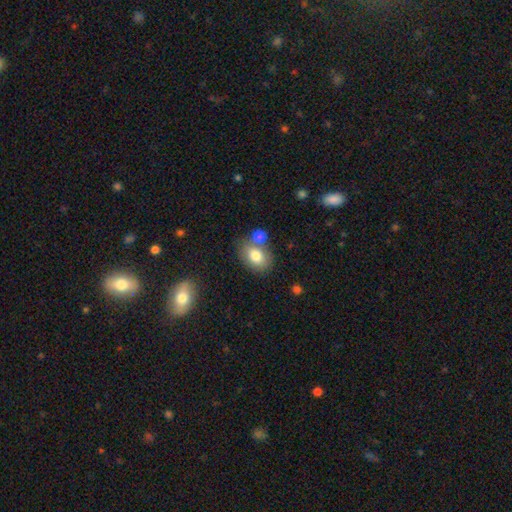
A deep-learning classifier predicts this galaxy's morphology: Smooth or featured? Predicted: smooth (p=0.78). How rounded? Predicted: in between (p=0.70). Merging? Predicted: none (p=0.55).